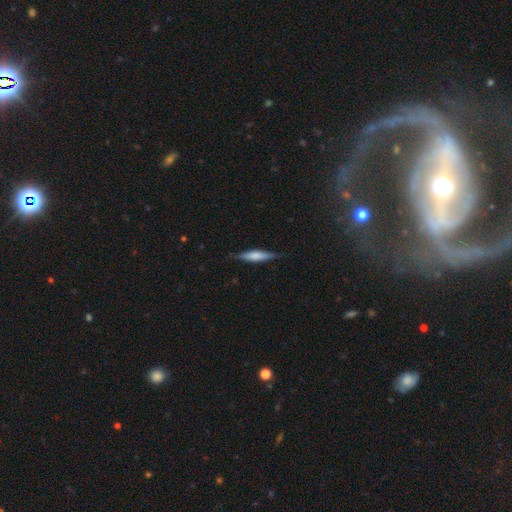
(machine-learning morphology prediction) smooth_or_featured: smooth (p=0.48) [alt: featured or disk p=0.46]
merging: none (p=0.85) [alt: minor disturbance p=0.12]